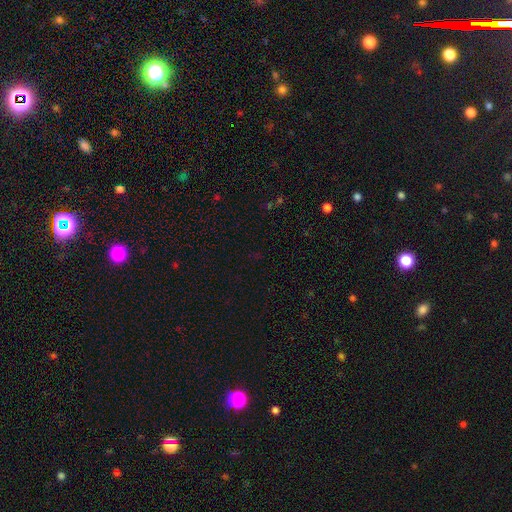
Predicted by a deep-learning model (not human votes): Smooth or featured: star or artifact — 71% (smooth — 22%)